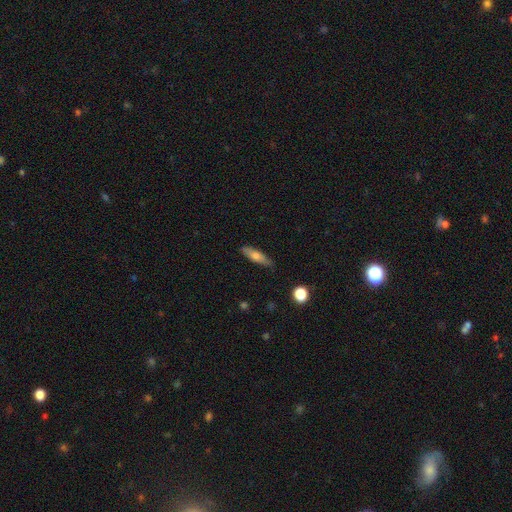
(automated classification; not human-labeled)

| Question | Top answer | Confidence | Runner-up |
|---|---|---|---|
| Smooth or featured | smooth | 64% | featured or disk (29%) |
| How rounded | cigar-shaped | 64% | in between (33%) |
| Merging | none | 82% | minor disturbance (14%) |